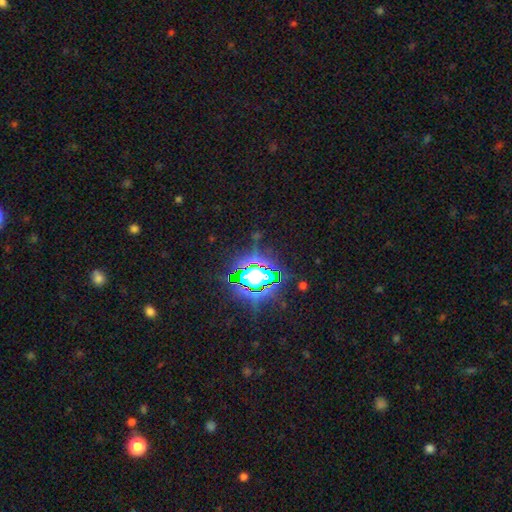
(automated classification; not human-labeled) smooth_or_featured: star or artifact (p=0.79) [alt: smooth p=0.12]